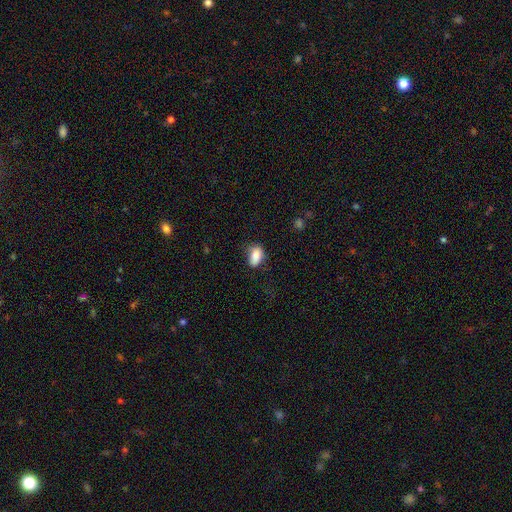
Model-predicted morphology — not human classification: This is clearly a smooth galaxy (85%). How rounded: clearly in between (88%). Merging: possibly none (58%).